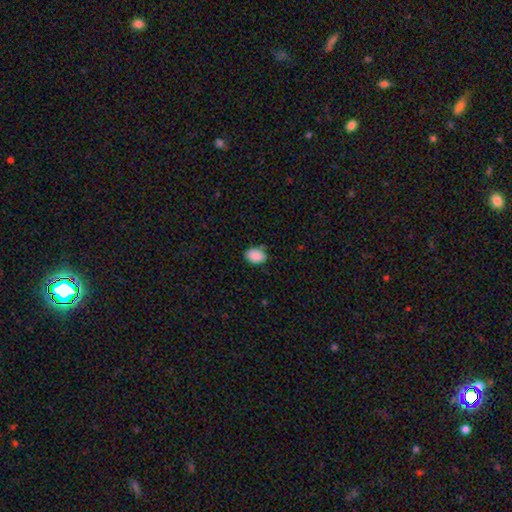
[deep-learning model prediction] Q: Smooth or featured?
A: smooth (89%); runner-up: star or artifact (8%)
Q: How rounded?
A: in between (81%); runner-up: round (18%)
Q: Merging?
A: none (72%); runner-up: minor disturbance (21%)